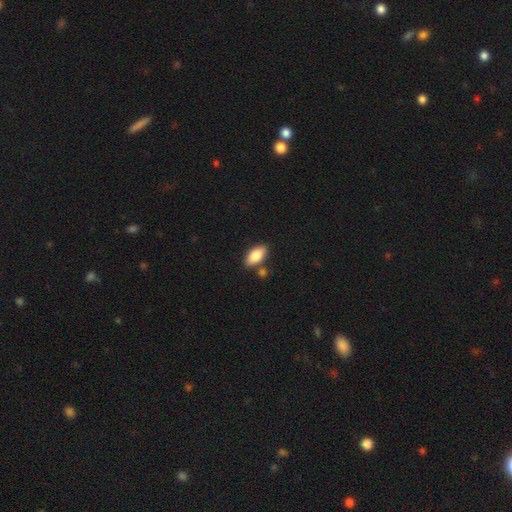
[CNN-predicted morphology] Smooth or featured?
  - smooth: 83% *
  - featured or disk: 10%
  - star or artifact: 7%
How rounded?
  - in between: 91% *
  - cigar-shaped: 5%
  - round: 3%
Merging?
  - none: 76% *
  - minor disturbance: 11%
  - merger: 10%
  - major disturbance: 3%